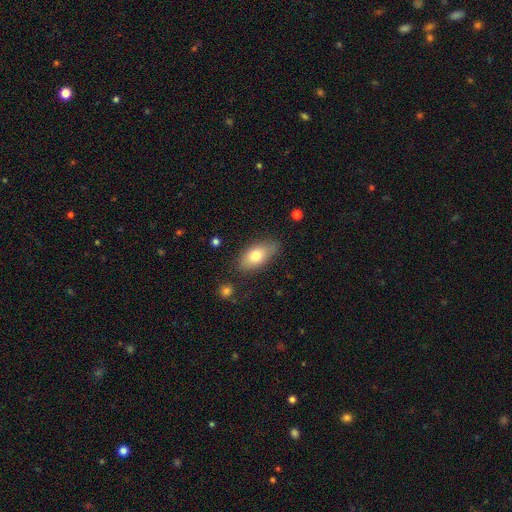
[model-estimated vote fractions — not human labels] Q: Smooth or featured?
A: smooth (74%); runner-up: featured or disk (19%)
Q: How rounded?
A: in between (89%); runner-up: cigar-shaped (6%)
Q: Merging?
A: none (77%); runner-up: minor disturbance (17%)